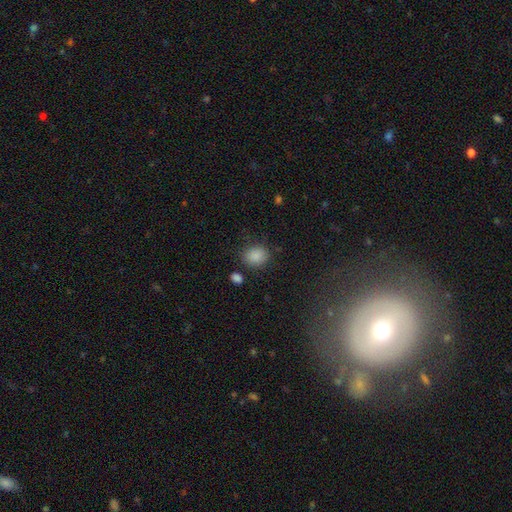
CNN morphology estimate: Q: Smooth or featured?
A: smooth (86%); runner-up: star or artifact (10%)
Q: How rounded?
A: round (60%); runner-up: in between (39%)
Q: Merging?
A: none (82%); runner-up: minor disturbance (11%)